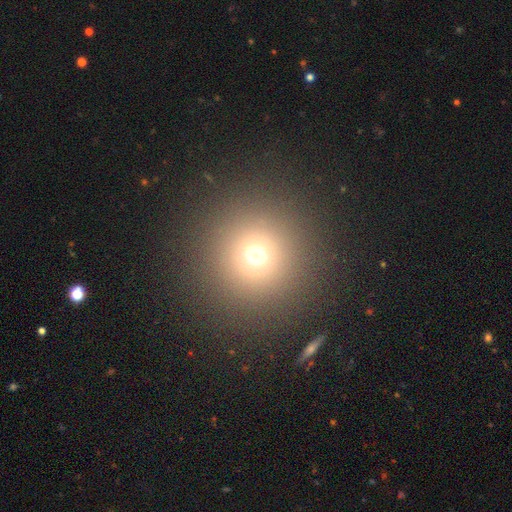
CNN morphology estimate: Smooth or featured?
  - smooth: 67% *
  - star or artifact: 23%
  - featured or disk: 10%
How rounded?
  - round: 95% *
  - in between: 4%
  - cigar-shaped: 1%
Merging?
  - none: 87% *
  - minor disturbance: 6%
  - major disturbance: 4%
  - merger: 3%